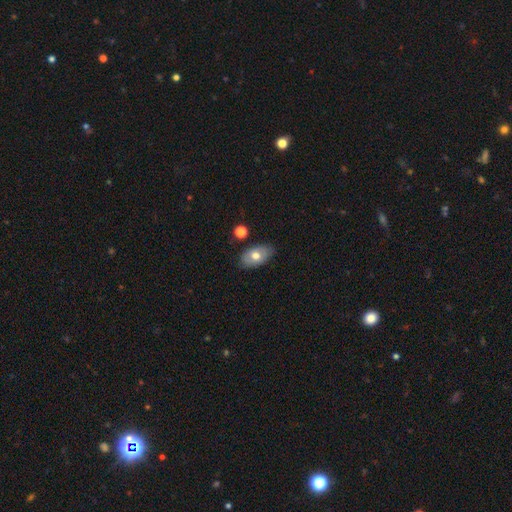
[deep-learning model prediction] smooth 65%, featured or disk 28%, star or artifact 7%. Down the decision tree: how rounded — in between (91%); merging — none (81%).